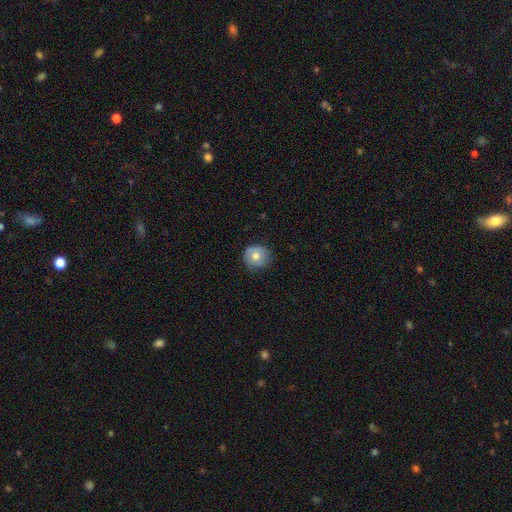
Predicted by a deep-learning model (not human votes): Q: Smooth or featured?
A: smooth (68%); runner-up: featured or disk (24%)
Q: How rounded?
A: round (89%); runner-up: in between (10%)
Q: Merging?
A: none (75%); runner-up: minor disturbance (20%)